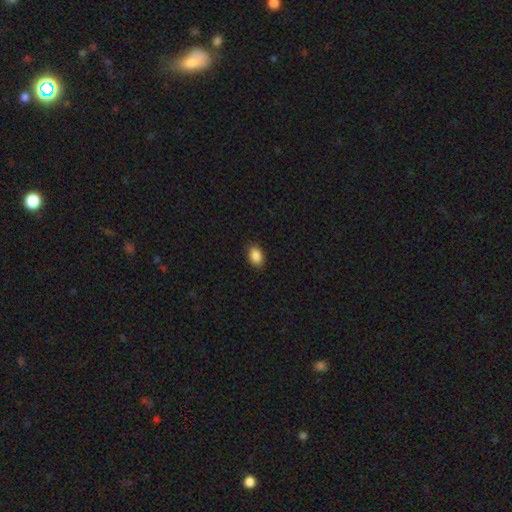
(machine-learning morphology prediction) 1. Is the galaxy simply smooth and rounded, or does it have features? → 88% smooth, 8% star or artifact, 4% featured or disk.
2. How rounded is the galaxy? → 85% in between, 13% round, 1% cigar-shaped.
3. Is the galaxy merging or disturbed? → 88% none, 9% minor disturbance, 2% major disturbance, 1% merger.